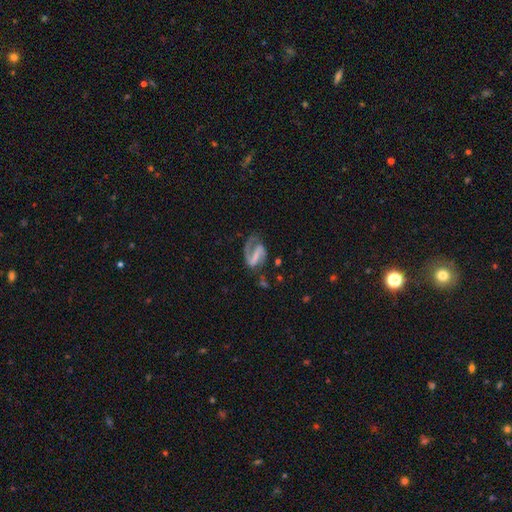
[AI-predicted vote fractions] Smooth or featured: featured or disk — 82% (smooth — 11%)
Edge-on disk: no — 98% (yes — 2%)
Bar: strong — 55% (weak — 30%)
Spiral arms: yes — 92% (no — 8%)
Spiral winding: medium — 47% (loose — 32%)
Spiral arm count: 2 — 65% (1 — 29%)
Bulge size: none — 54% (small — 28%)
Merging: none — 50% (major disturbance — 25%)